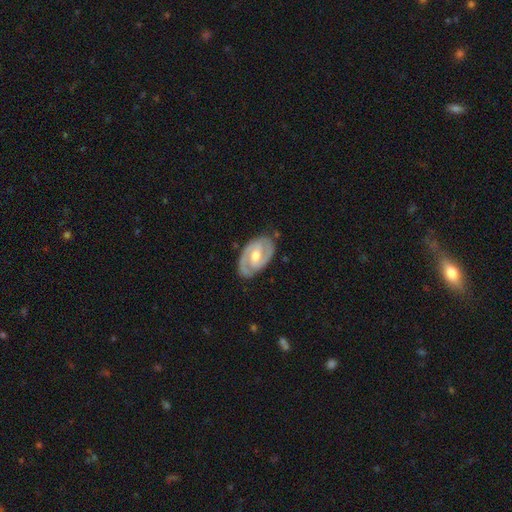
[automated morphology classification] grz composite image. It shows a featured or disk galaxy (86%) with a weak bar (48%), 2 (89%) tight (50%) spiral arms (94%) and a moderate central bulge (69%). Merging: none (82%).